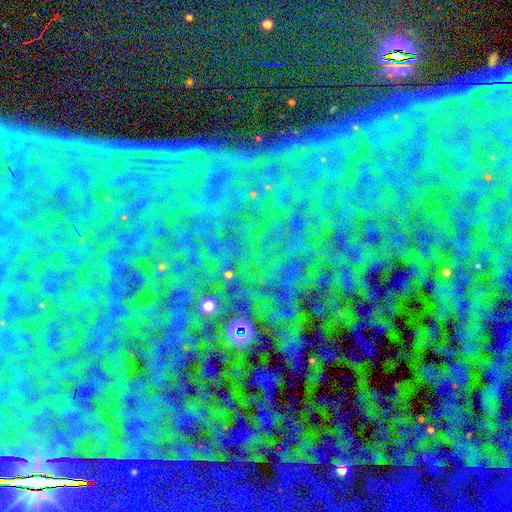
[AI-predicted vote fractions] This appears to be a star or artifact, not a galaxy (84%).